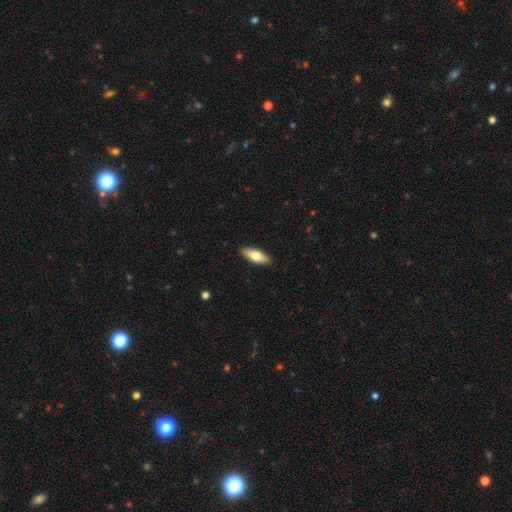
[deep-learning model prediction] smooth_or_featured: smooth (p=0.69) [alt: featured or disk p=0.25]
how_rounded: in between (p=0.66) [alt: cigar-shaped p=0.32]
merging: none (p=0.91) [alt: minor disturbance p=0.07]